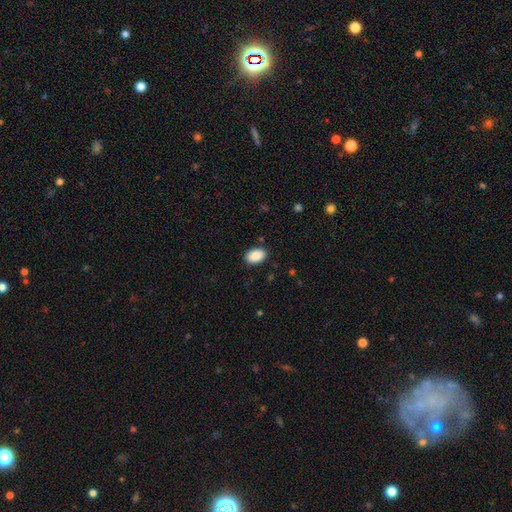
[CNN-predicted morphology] The model was most divided on "merging": none: 88%, minor disturbance: 9%, major disturbance: 2%, merger: 1%. More confident: how rounded — in between (92%); smooth or featured — smooth (90%).